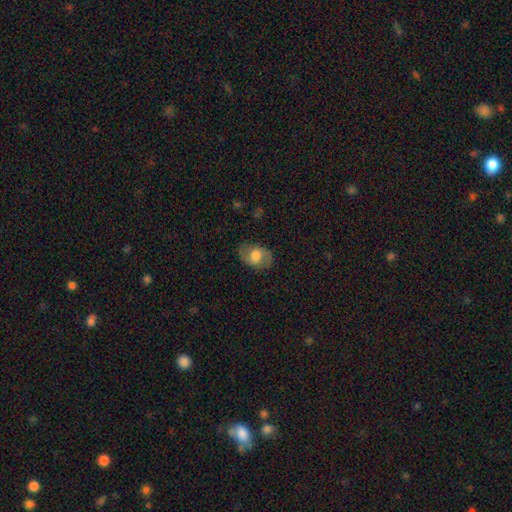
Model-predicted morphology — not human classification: smooth 51%, featured or disk 42%, star or artifact 8%. Down the decision tree: how rounded — in between (74%); merging — none (79%).